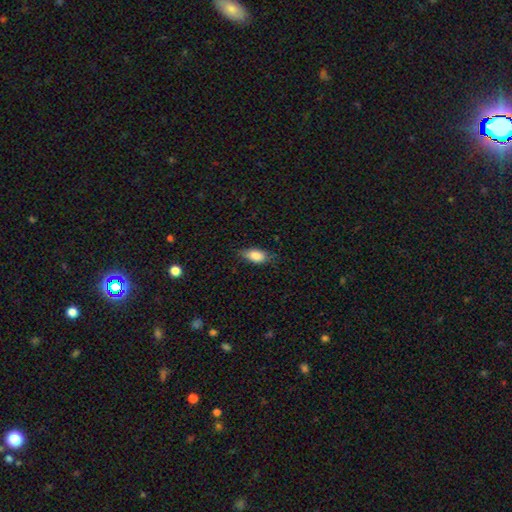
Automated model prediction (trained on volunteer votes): This appears to be a smooth galaxy with no disk features (83%) that is in between round and cigar-shaped (86%). Merging: none (73%).